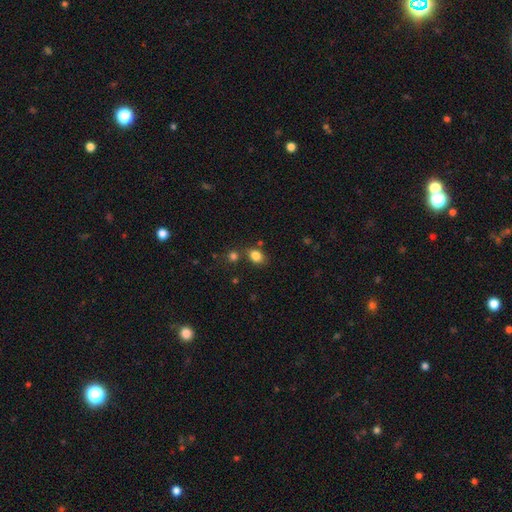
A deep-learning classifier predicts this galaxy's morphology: The model was most divided on "how rounded": in between: 67%, round: 32%, cigar-shaped: 1%. More confident: smooth or featured — smooth (83%); merging — none (71%).